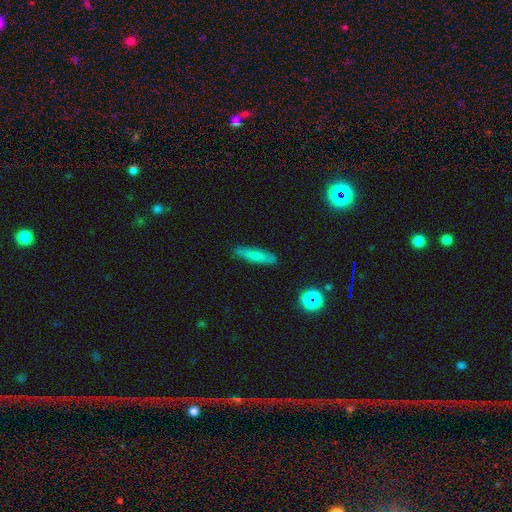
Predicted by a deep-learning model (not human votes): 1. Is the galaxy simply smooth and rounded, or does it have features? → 75% smooth, 17% featured or disk, 8% star or artifact.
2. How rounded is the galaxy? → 79% cigar-shaped, 19% in between, 2% round.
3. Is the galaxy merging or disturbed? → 84% none, 12% minor disturbance, 2% major disturbance, 2% merger.